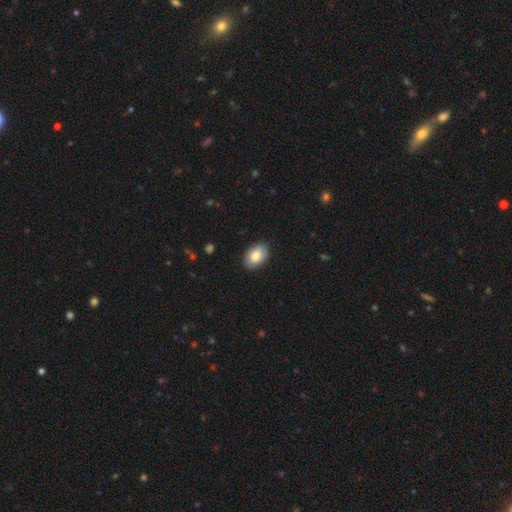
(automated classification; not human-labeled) Smooth or featured?
  - smooth: 80% *
  - featured or disk: 14%
  - star or artifact: 6%
How rounded?
  - in between: 90% *
  - round: 9%
  - cigar-shaped: 1%
Merging?
  - none: 87% *
  - minor disturbance: 10%
  - major disturbance: 2%
  - merger: 1%